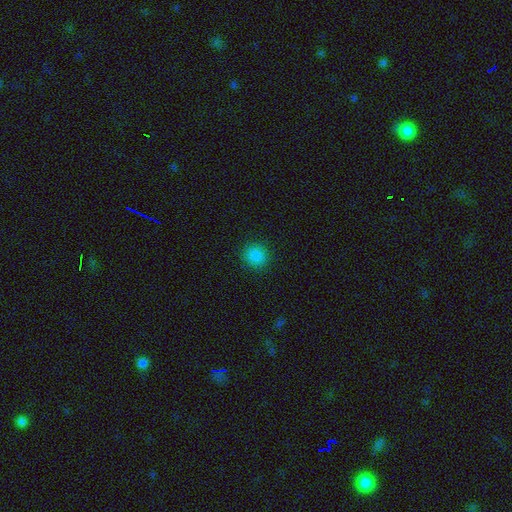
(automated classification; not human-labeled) Smooth or featured?
  - smooth: 86% *
  - star or artifact: 12%
  - featured or disk: 3%
How rounded?
  - round: 89% *
  - in between: 10%
  - cigar-shaped: 1%
Merging?
  - none: 91% *
  - minor disturbance: 6%
  - major disturbance: 2%
  - merger: 1%